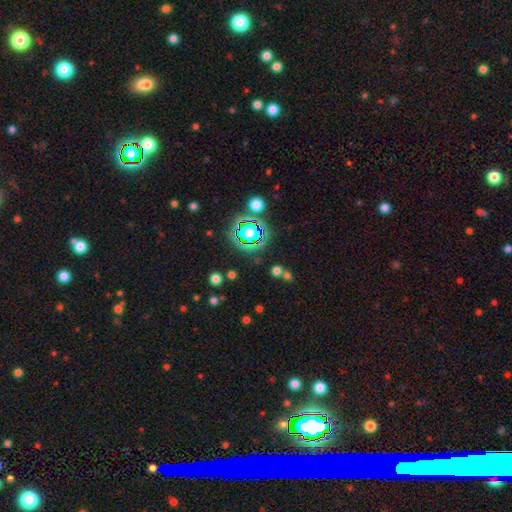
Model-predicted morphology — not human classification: A star or artifact, not a galaxy (75%).